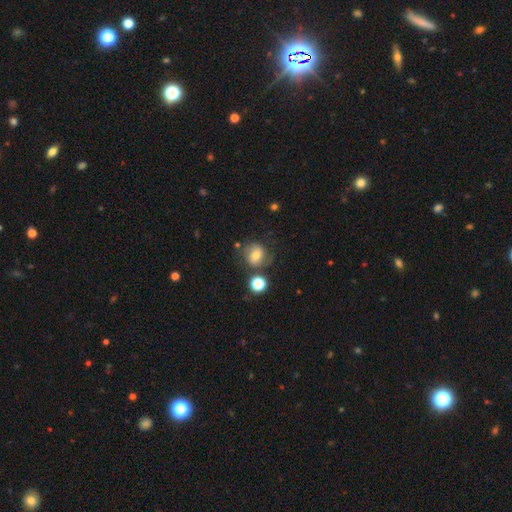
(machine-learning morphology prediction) Smooth or featured: smooth — 60% (featured or disk — 27%)
How rounded: round — 79% (in between — 20%)
Merging: none — 63% (minor disturbance — 18%)